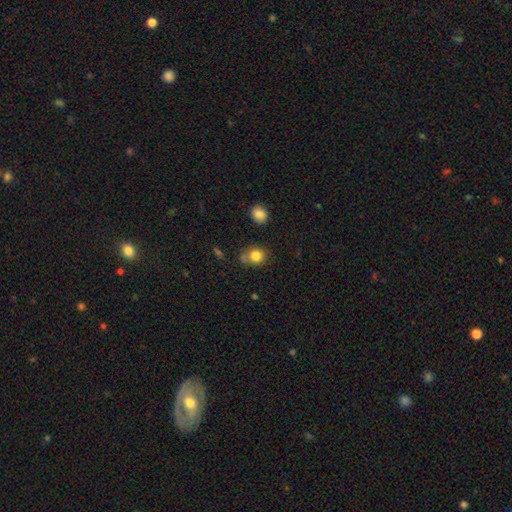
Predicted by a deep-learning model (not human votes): smooth 82%, star or artifact 11%, featured or disk 7%. Down the decision tree: how rounded — round (72%); merging — none (63%).